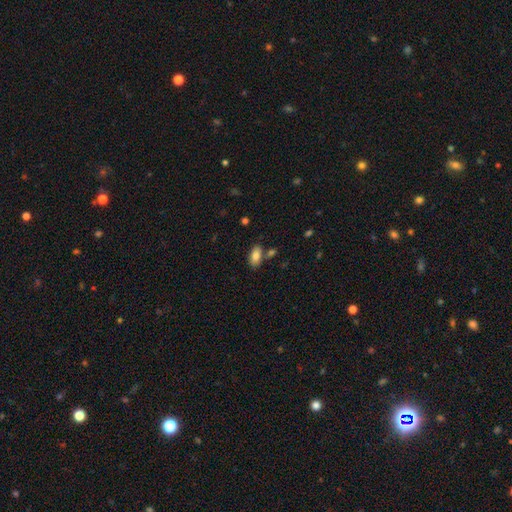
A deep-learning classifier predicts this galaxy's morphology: The model was most divided on "merging": none: 72%, minor disturbance: 13%, merger: 12%, major disturbance: 3%. More confident: how rounded — in between (92%); smooth or featured — smooth (82%).